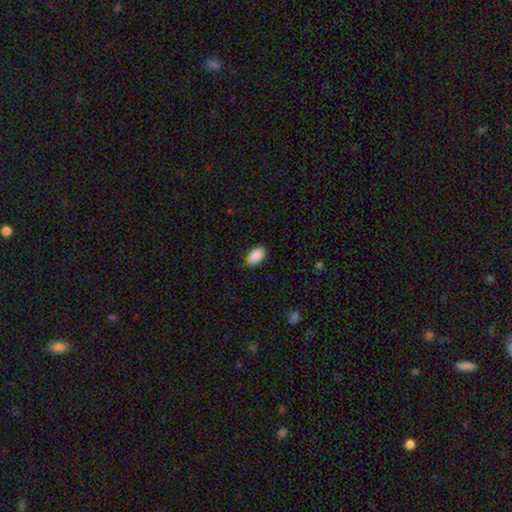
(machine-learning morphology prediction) smooth 90%, star or artifact 7%, featured or disk 4%. Down the decision tree: how rounded — in between (92%); merging — none (78%).